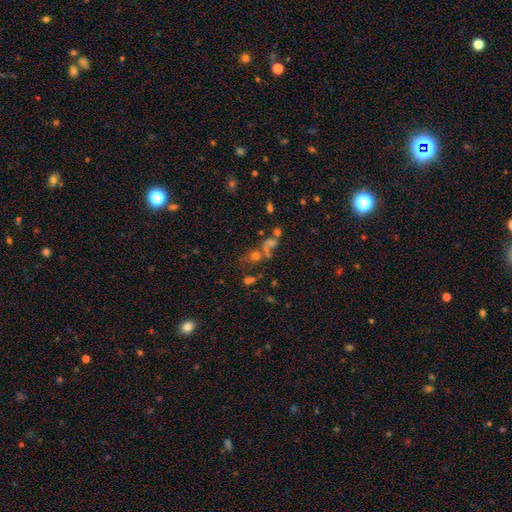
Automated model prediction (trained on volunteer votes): The model was most divided on "smooth or featured": star or artifact: 51%, smooth: 31%, featured or disk: 19%.